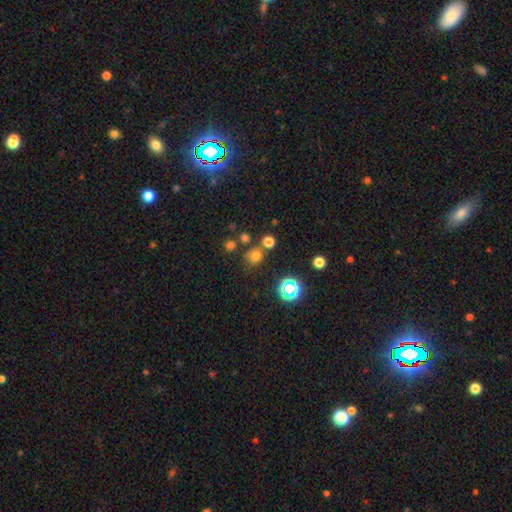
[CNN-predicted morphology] Smooth or featured?
  - smooth: 64% *
  - star or artifact: 28%
  - featured or disk: 7%
How rounded?
  - round: 82% *
  - in between: 17%
  - cigar-shaped: 1%
Merging?
  - none: 72% *
  - merger: 13%
  - minor disturbance: 11%
  - major disturbance: 5%